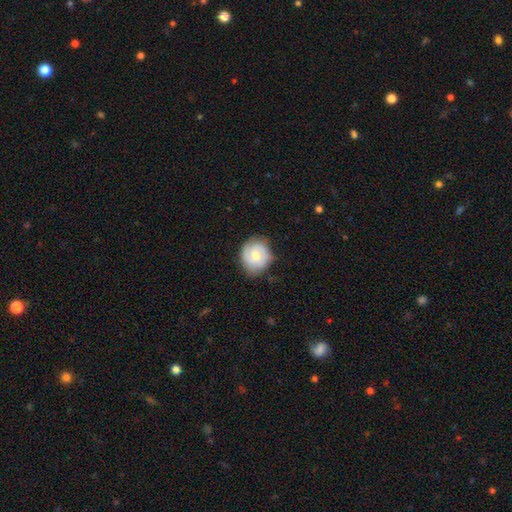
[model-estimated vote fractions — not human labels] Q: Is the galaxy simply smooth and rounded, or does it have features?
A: featured or disk — 56%.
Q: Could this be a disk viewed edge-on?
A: no — 98%.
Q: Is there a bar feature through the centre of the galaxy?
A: no — 60%.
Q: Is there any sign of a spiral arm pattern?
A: yes — 85%.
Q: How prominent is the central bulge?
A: moderate — 63%.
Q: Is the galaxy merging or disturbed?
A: none — 75%.